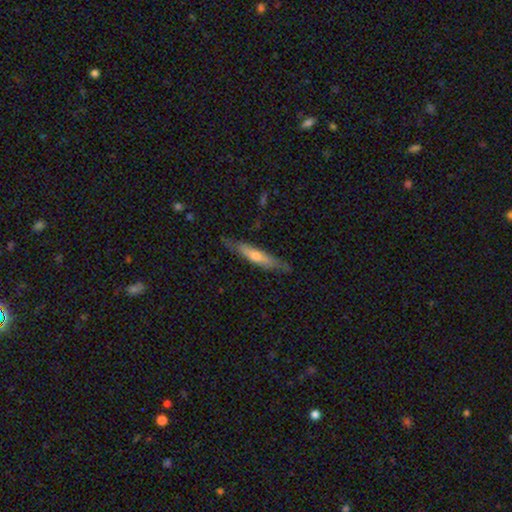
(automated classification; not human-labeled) Morphology: type=featured or disk (51%); edge-on=yes (82%); merging=none (76%).